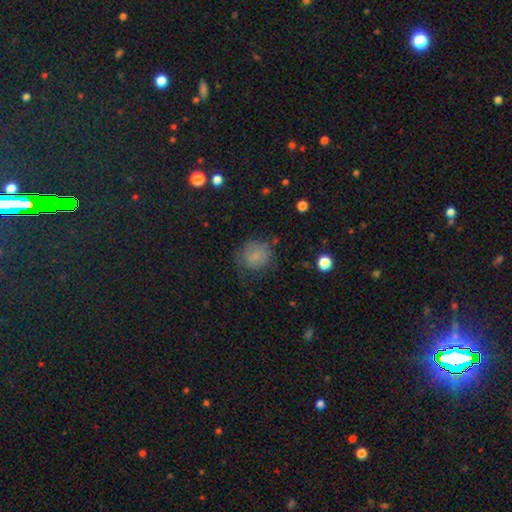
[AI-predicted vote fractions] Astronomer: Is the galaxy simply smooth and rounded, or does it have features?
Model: smooth — 73%.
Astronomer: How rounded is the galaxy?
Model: round — 80%.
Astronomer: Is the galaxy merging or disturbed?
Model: none — 60%.